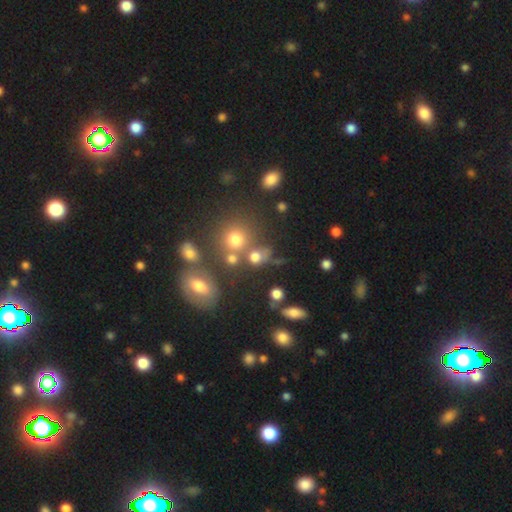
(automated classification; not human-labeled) The model was most divided on "merging": none: 52%, merger: 27%, minor disturbance: 13%, major disturbance: 8%. More confident: how rounded — round (68%); smooth or featured — smooth (65%).